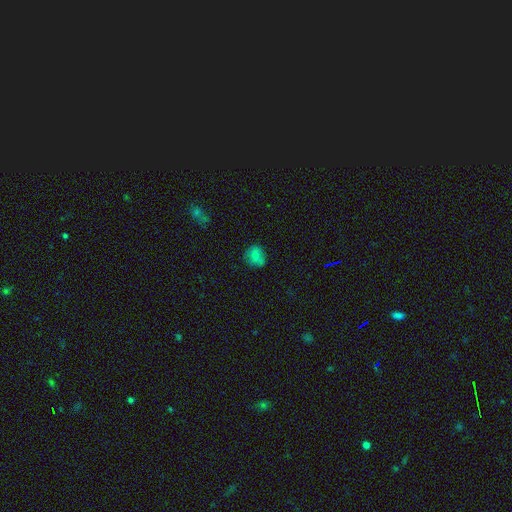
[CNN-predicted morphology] smooth_or_featured: smooth (p=0.76) [alt: featured or disk p=0.12]
how_rounded: round (p=0.73) [alt: in between p=0.26]
merging: none (p=0.74) [alt: minor disturbance p=0.19]